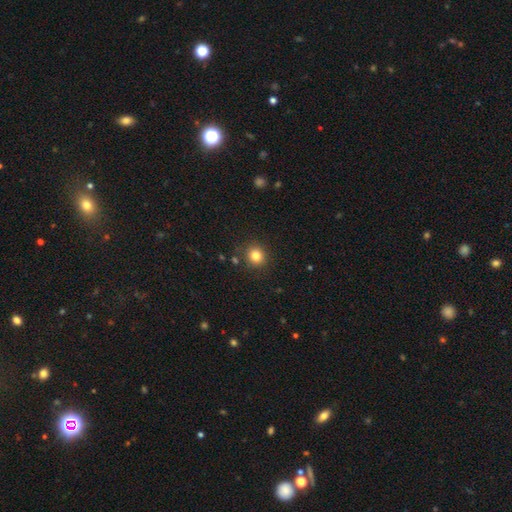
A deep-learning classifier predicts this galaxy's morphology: A smooth galaxy with no disk features (81%) that is round (88%).

Vote fractions:
- Smooth or featured? smooth: 81% / star or artifact: 13% / featured or disk: 6%
- How rounded? round: 88% / in between: 11% / cigar-shaped: 1%
- Merging? none: 87% / minor disturbance: 8% / merger: 3% / major disturbance: 3%